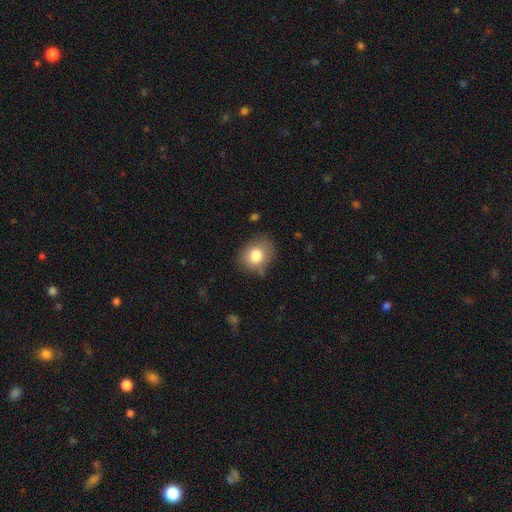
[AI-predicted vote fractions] smooth_or_featured: smooth (p=0.81) [alt: featured or disk p=0.10]
how_rounded: round (p=0.60) [alt: in between p=0.39]
merging: none (p=0.75) [alt: minor disturbance p=0.18]